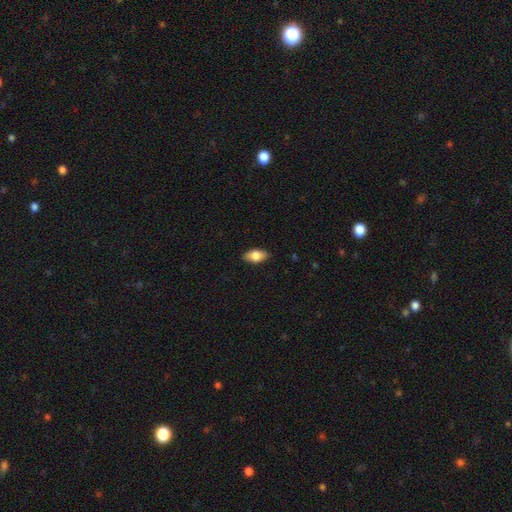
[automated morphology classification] Smooth or featured: smooth — 78% (featured or disk — 16%)
How rounded: in between — 89% (cigar-shaped — 6%)
Merging: none — 86% (minor disturbance — 11%)